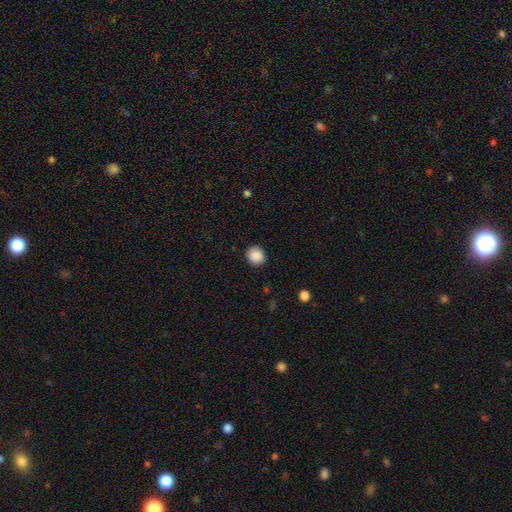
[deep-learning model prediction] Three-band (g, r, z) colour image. It shows a smooth galaxy with no disk features (89%) that is round (85%). Merging: none (90%).